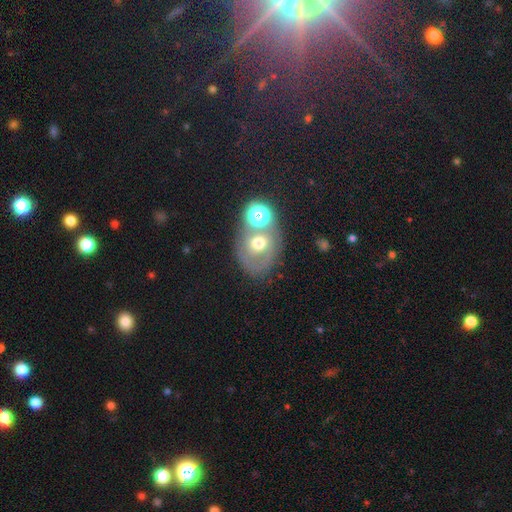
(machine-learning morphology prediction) Smooth or featured? Predicted: star or artifact (p=0.39).